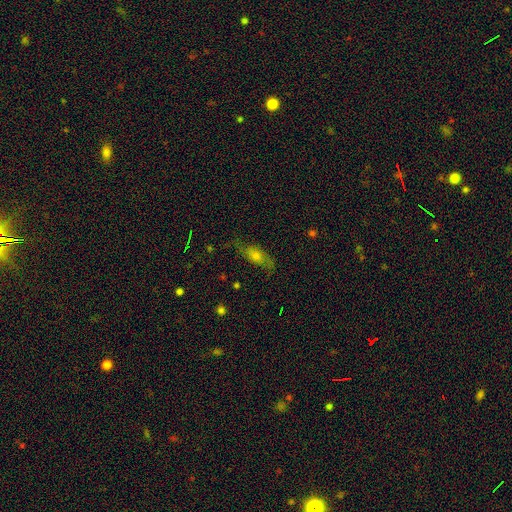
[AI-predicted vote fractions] Overall: smooth (50%; featured or disk 38%). How rounded: in between (63%; cigar-shaped 31%). Merging: none (67%).